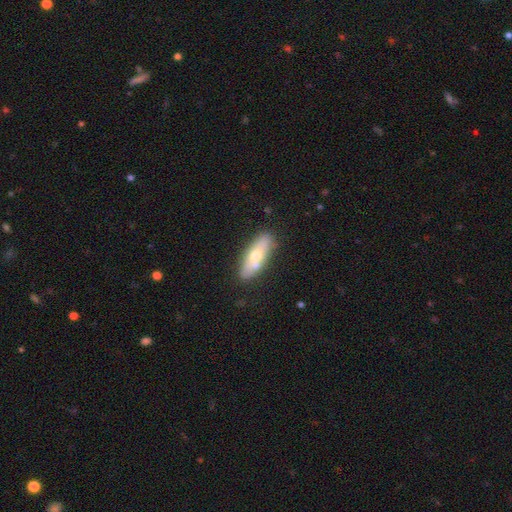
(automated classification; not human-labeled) The model was most divided on "smooth or featured": smooth: 56%, featured or disk: 37%, star or artifact: 7%. More confident: merging — none (74%); how rounded — in between (61%).